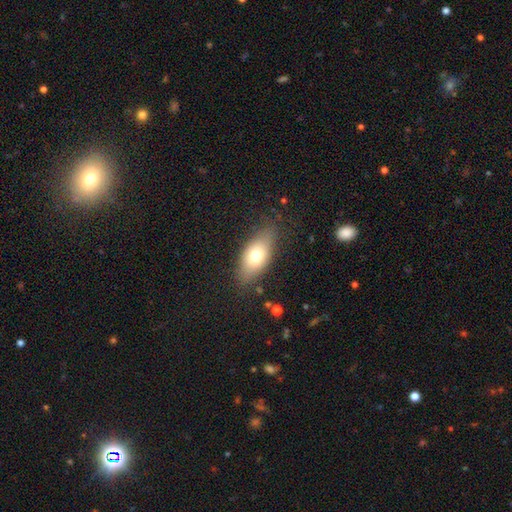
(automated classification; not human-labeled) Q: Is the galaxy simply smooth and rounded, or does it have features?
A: smooth — 72%.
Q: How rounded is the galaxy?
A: in between — 84%.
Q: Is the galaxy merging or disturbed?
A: none — 76%.